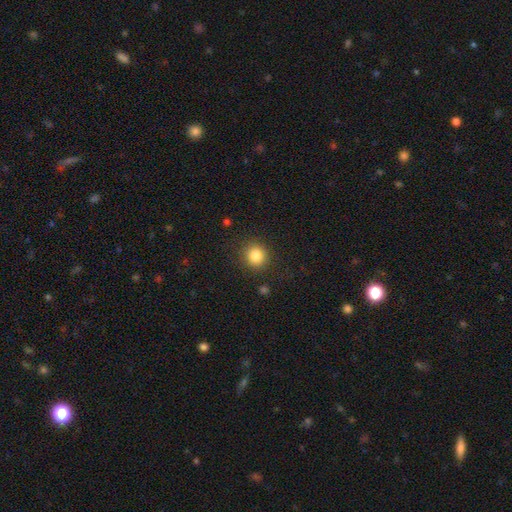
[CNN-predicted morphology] Smooth or featured: smooth — 84% (star or artifact — 11%)
How rounded: round — 88% (in between — 11%)
Merging: none — 89% (minor disturbance — 7%)